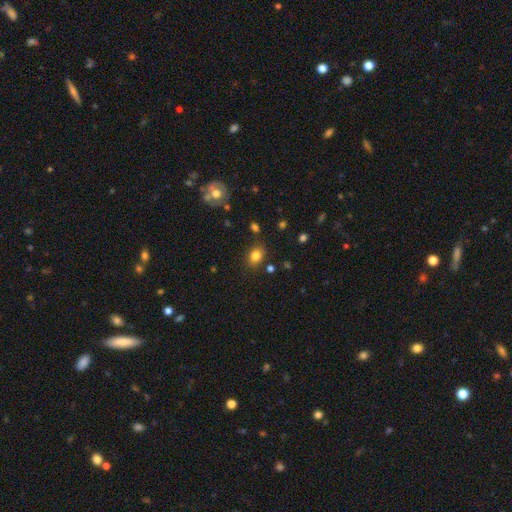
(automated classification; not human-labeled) Morphology: type=smooth (81%); roundness=in between (64%); merging=none (81%).